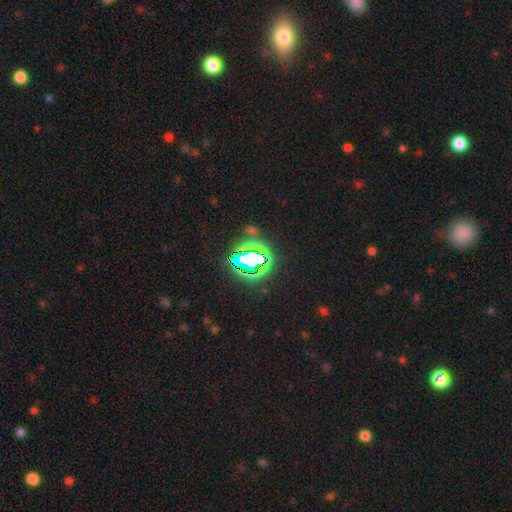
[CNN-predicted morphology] Smooth or featured?
  - star or artifact: 74% *
  - smooth: 16%
  - featured or disk: 10%